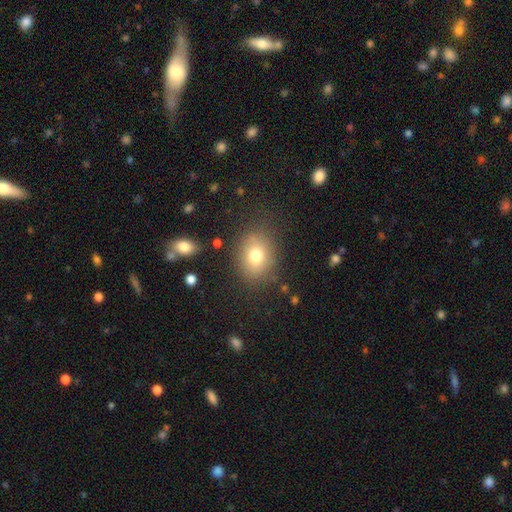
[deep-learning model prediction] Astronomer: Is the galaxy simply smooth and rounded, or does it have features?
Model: smooth — 75%.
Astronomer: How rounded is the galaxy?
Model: round — 51% (runner-up: in between, 48%).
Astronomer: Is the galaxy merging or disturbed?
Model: none — 79%.